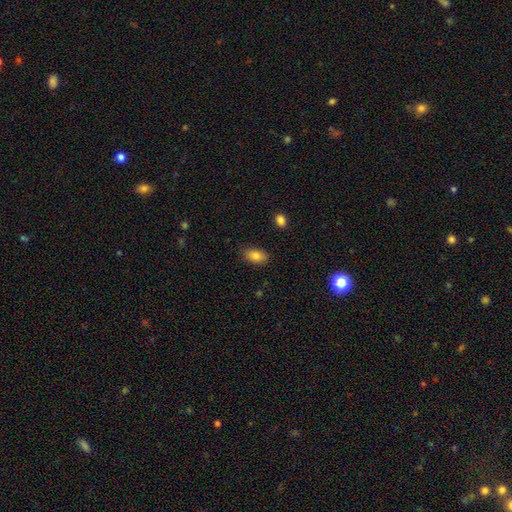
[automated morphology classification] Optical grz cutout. It shows a smooth galaxy with no disk features (83%) that is in between round and cigar-shaped (89%). Merging: none (81%).